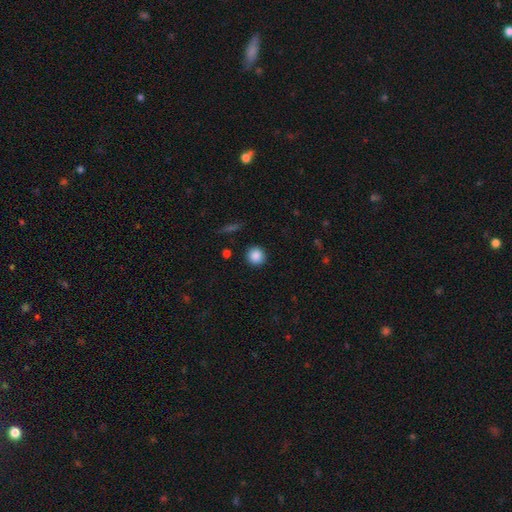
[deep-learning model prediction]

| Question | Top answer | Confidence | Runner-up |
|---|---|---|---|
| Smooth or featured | smooth | 87% | star or artifact (9%) |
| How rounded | round | 92% | in between (7%) |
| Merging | none | 91% | minor disturbance (6%) |